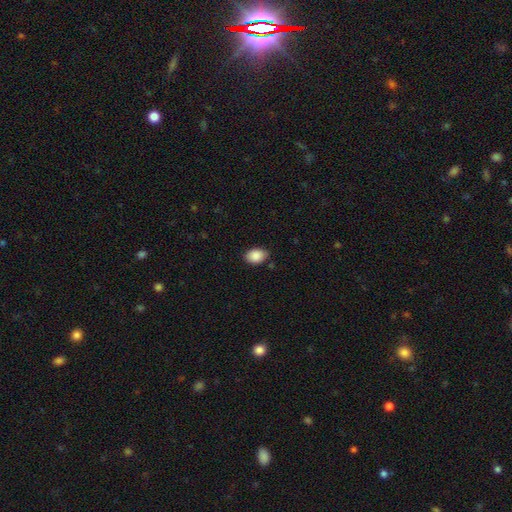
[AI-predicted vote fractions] Smooth or featured: smooth — 89% (star or artifact — 7%)
How rounded: in between — 81% (round — 18%)
Merging: none — 82% (minor disturbance — 14%)